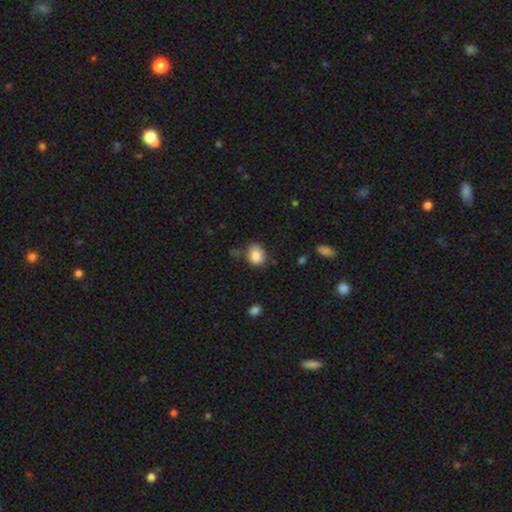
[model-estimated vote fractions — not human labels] smooth-or-featured: smooth: 85% | star or artifact: 9% | featured or disk: 6%
  how-rounded: in between: 57% | round: 42% | cigar-shaped: 1%
  merging: none: 71% | minor disturbance: 20% | major disturbance: 5% | merger: 4%